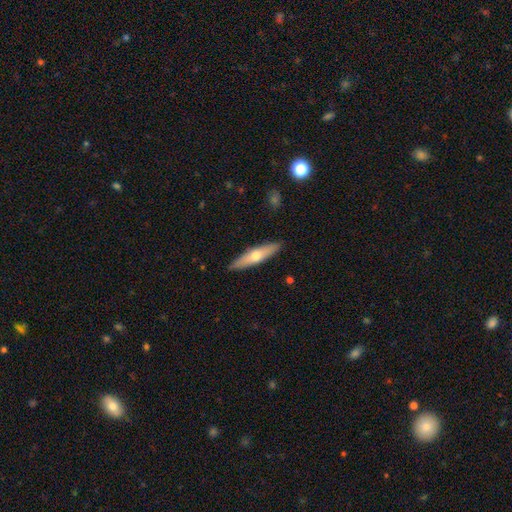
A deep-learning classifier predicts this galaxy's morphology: smooth 53%, featured or disk 42%, star or artifact 5%. Down the decision tree: how rounded — cigar-shaped (75%); merging — none (89%).